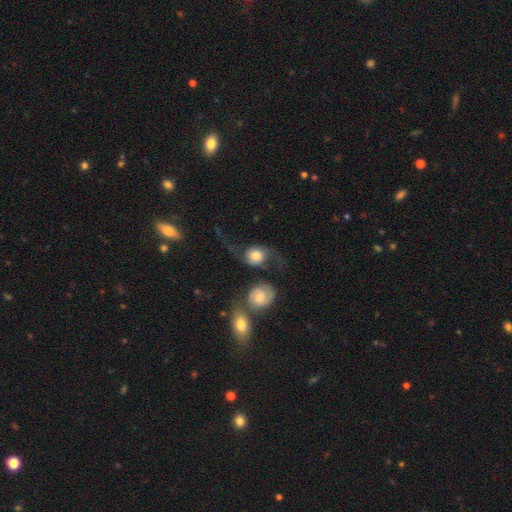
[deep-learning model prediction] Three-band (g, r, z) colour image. It shows a featured or disk galaxy (47%). Merging: none (30%).